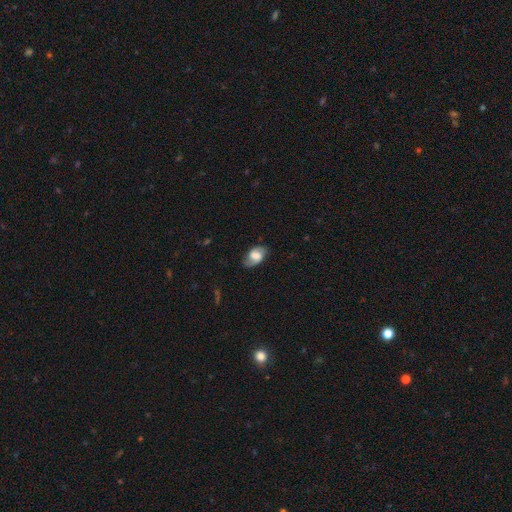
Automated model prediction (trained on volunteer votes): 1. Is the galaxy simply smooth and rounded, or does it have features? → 65% featured or disk, 28% smooth, 7% star or artifact.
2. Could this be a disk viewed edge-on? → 96% no, 4% yes.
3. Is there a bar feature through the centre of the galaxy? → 48% weak, 33% no, 18% strong.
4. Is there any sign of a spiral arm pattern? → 90% yes, 10% no.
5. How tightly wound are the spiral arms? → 45% medium, 34% loose, 21% tight.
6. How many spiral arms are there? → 88% 2, 5% can't tell, 4% 1, 1% 3, 1% 4, 1% more than 4.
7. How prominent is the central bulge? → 35% large, 29% moderate, 17% none, 15% small, 5% dominant.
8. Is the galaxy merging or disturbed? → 78% none, 16% minor disturbance, 5% major disturbance, 1% merger.